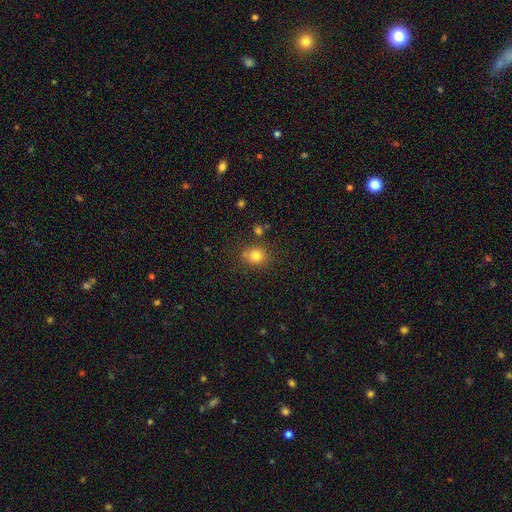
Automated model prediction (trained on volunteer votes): This is likely a smooth galaxy (80%). How rounded: likely round (70%). Merging: likely none (75%).